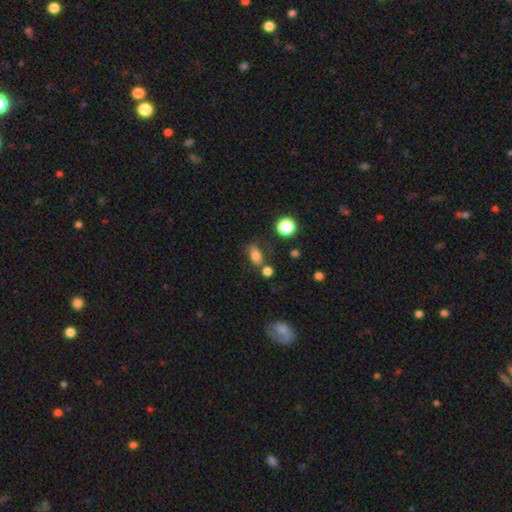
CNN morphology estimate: type=smooth (75%); roundness=in between (77%); merging=none (58%).